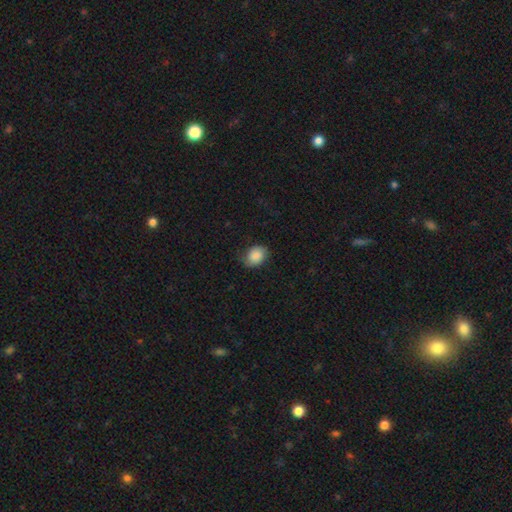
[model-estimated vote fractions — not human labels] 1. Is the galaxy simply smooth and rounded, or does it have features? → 82% smooth, 11% featured or disk, 8% star or artifact.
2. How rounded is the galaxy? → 59% in between, 40% round, 1% cigar-shaped.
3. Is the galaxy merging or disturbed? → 69% none, 24% minor disturbance, 7% major disturbance, 1% merger.